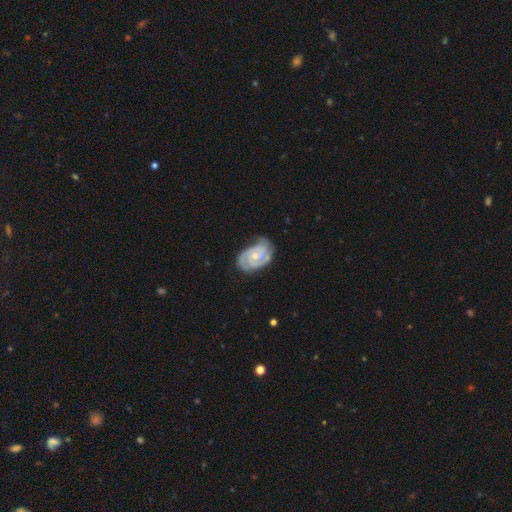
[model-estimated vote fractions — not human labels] Q: Smooth or featured?
A: featured or disk (88%); runner-up: smooth (8%)
Q: Edge-on disk?
A: no (98%); runner-up: yes (2%)
Q: Bar?
A: no (59%); runner-up: weak (34%)
Q: Spiral arms?
A: yes (98%); runner-up: no (2%)
Q: Spiral winding?
A: tight (64%); runner-up: medium (31%)
Q: Spiral arm count?
A: 2 (55%); runner-up: 3 (28%)
Q: Bulge size?
A: small (57%); runner-up: moderate (37%)
Q: Merging?
A: none (71%); runner-up: minor disturbance (22%)